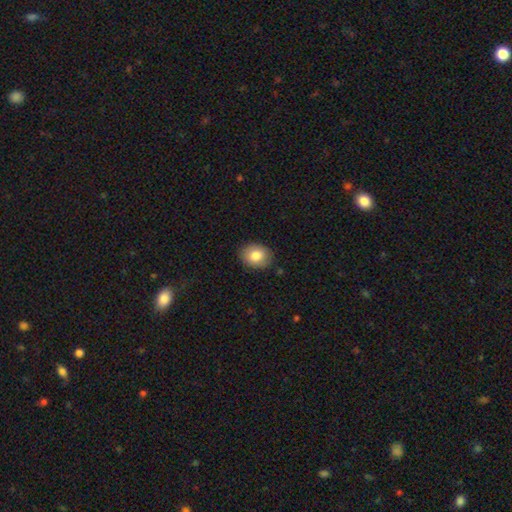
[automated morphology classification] Smooth or featured? Predicted: smooth (p=0.82). How rounded? Predicted: in between (p=0.56). Merging? Predicted: none (p=0.87).